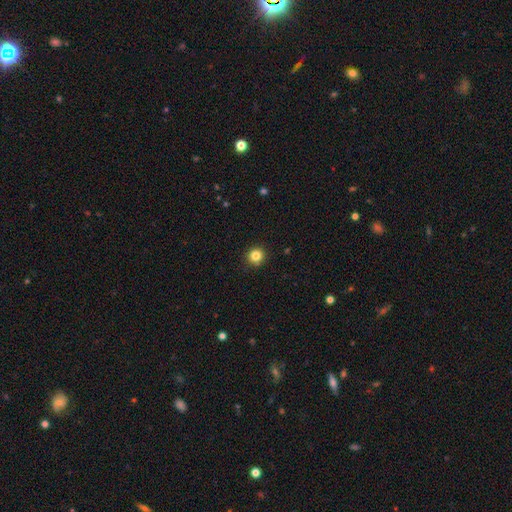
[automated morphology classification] smooth_or_featured: smooth (p=0.83) [alt: star or artifact p=0.12]
how_rounded: round (p=0.94) [alt: in between p=0.05]
merging: none (p=0.92) [alt: minor disturbance p=0.05]